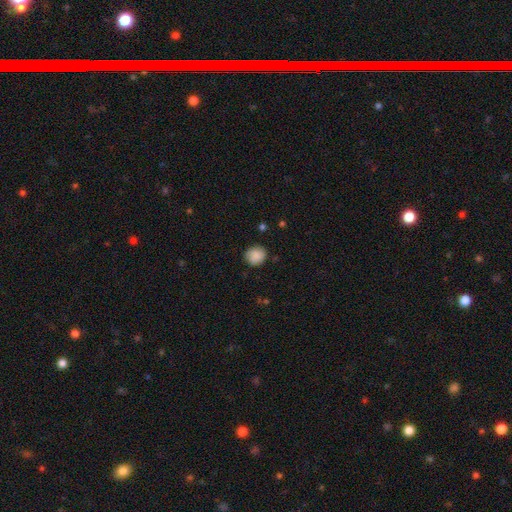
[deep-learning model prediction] This is clearly a smooth galaxy (86%). How rounded: clearly round (82%). Merging: clearly none (80%).